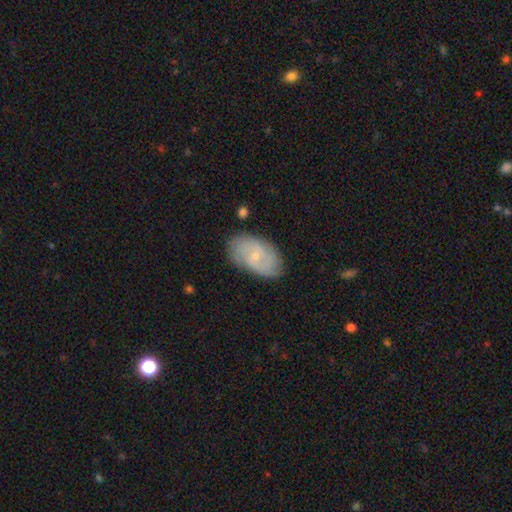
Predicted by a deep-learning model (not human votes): The model was most divided on "smooth or featured": featured or disk: 58%, smooth: 35%, star or artifact: 7%. More confident: edge-on disk — no (95%); spiral arms — yes (81%); bulge size — small (77%); merging — none (77%); bar — no (66%).